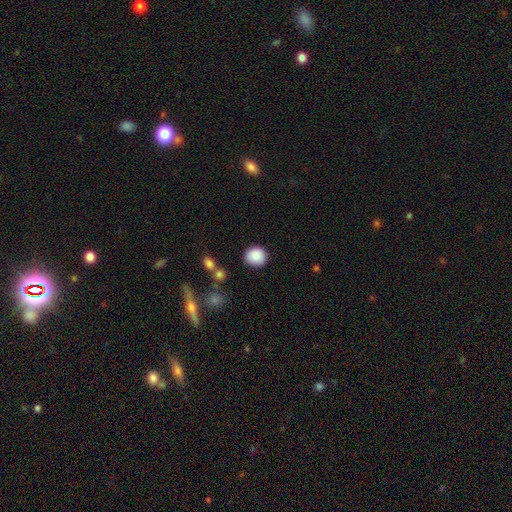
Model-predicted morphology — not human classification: Smooth or featured? Predicted: smooth (p=0.88). How rounded? Predicted: round (p=0.84). Merging? Predicted: none (p=0.86).